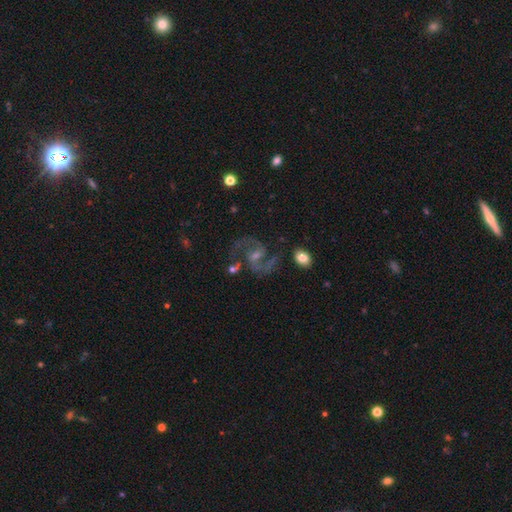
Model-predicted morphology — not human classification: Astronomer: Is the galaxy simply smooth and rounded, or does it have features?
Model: featured or disk — 87%.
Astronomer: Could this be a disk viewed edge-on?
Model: no — 98%.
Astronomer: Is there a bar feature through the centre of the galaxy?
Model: weak — 52% (runner-up: no, 30%).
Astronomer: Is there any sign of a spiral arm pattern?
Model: yes — 97%.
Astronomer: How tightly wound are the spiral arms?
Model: medium — 62%.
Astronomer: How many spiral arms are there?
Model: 2 — 92%.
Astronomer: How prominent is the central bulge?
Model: small — 52% (runner-up: moderate, 35%).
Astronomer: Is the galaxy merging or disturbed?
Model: none — 69%.